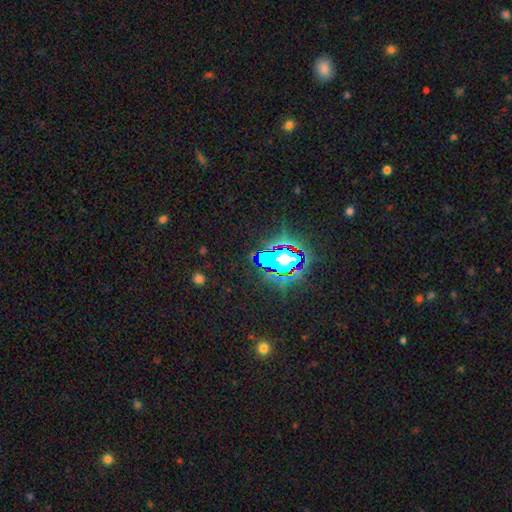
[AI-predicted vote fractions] This appears to be a star or artifact, not a galaxy (72%).